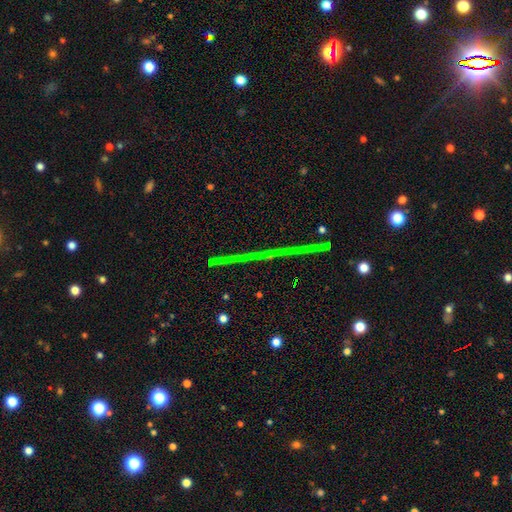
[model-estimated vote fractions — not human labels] Smooth or featured? Predicted: star or artifact (p=0.71).